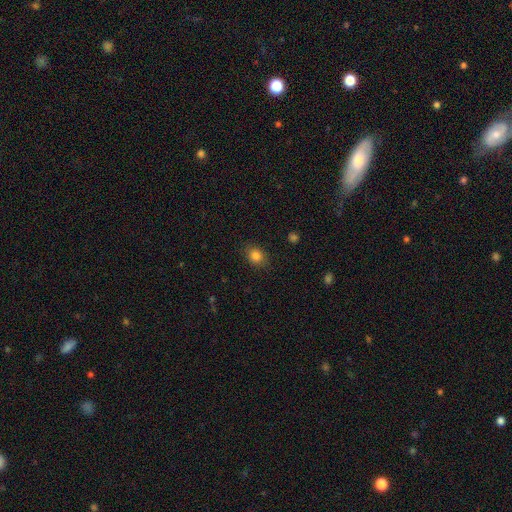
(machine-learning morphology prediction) smooth-or-featured: smooth: 83% | star or artifact: 11% | featured or disk: 6%
  how-rounded: round: 50% | in between: 48% | cigar-shaped: 1%
  merging: none: 85% | minor disturbance: 11% | major disturbance: 3% | merger: 1%